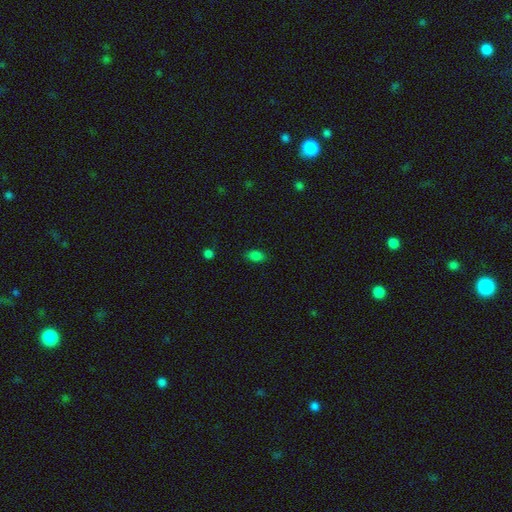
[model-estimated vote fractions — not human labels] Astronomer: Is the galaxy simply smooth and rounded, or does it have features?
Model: smooth — 81%.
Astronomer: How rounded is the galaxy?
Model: in between — 86%.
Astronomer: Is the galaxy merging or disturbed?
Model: none — 84%.